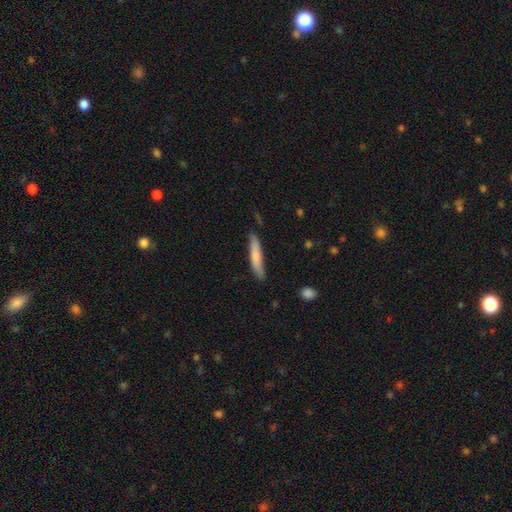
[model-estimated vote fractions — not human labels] The model was most divided on "smooth or featured": smooth: 71%, featured or disk: 23%, star or artifact: 5%. More confident: how rounded — cigar-shaped (90%); merging — none (77%).